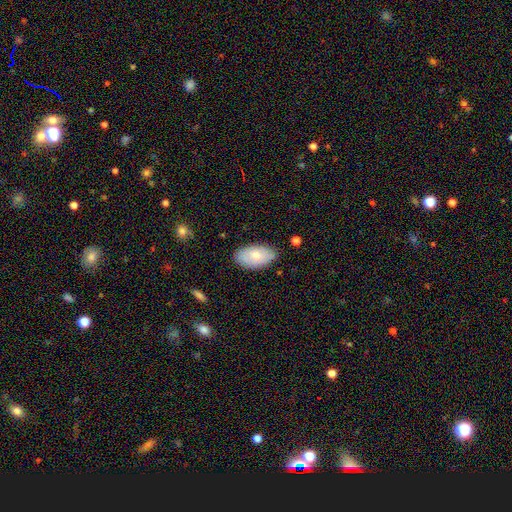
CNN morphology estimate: Smooth or featured? smooth (69%)
How rounded? in between (95%)
Merging? none (79%)